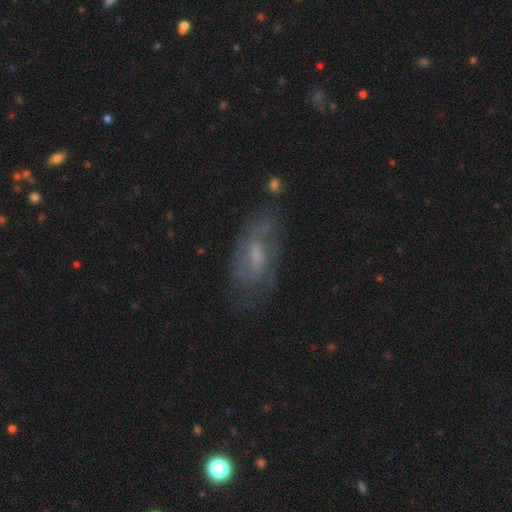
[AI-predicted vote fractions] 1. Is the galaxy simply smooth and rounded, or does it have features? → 60% featured or disk, 30% smooth, 10% star or artifact.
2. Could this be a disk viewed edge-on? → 90% no, 10% yes.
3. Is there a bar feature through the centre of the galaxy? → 49% weak, 40% no, 10% strong.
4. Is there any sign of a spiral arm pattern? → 75% yes, 25% no.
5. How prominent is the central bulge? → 40% moderate, 35% small, 18% none, 6% large, 1% dominant.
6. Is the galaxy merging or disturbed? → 64% none, 22% minor disturbance, 11% major disturbance, 3% merger.